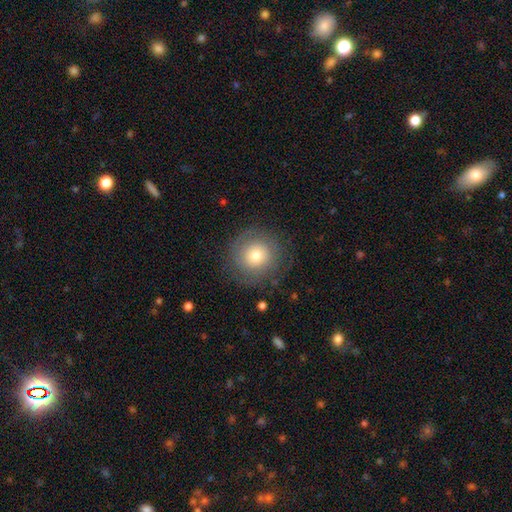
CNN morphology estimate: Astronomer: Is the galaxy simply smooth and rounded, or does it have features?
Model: smooth — 61%.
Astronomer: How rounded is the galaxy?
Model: round — 94%.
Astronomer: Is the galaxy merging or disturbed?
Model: none — 82%.